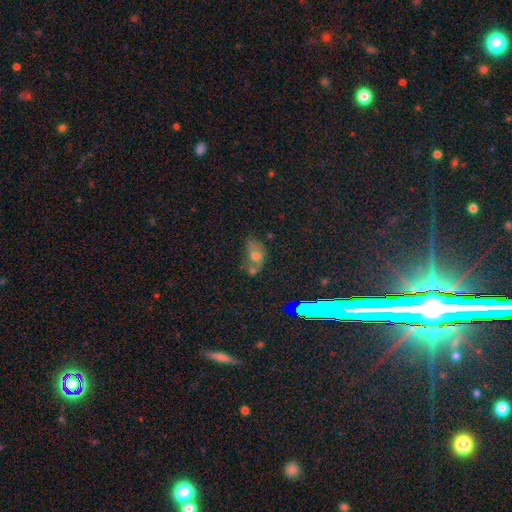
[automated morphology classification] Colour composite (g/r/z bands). It shows a smooth galaxy with no disk features (49%). Merging: merger (31%, tied with none).